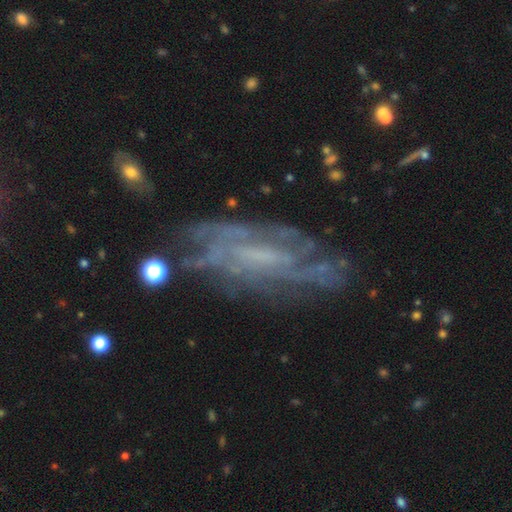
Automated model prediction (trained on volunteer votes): smooth-or-featured: featured or disk: 77% | smooth: 12% | star or artifact: 11%
  disk-edge-on: no: 85% | yes: 15%
    bar: weak: 43% | no: 40% | strong: 17%
    has-spiral-arms: yes: 83% | no: 17%
      spiral-winding: tight: 55% | medium: 33% | loose: 12%
      spiral-arm-count: can't tell: 58% | 2: 11% | 3: 9% | 4: 9% | more than 4: 7% | 1: 5%
    bulge-size: small: 42% | none: 34% | moderate: 20% | large: 2% | dominant: 1%
  merging: none: 70% | minor disturbance: 18% | major disturbance: 9% | merger: 3%